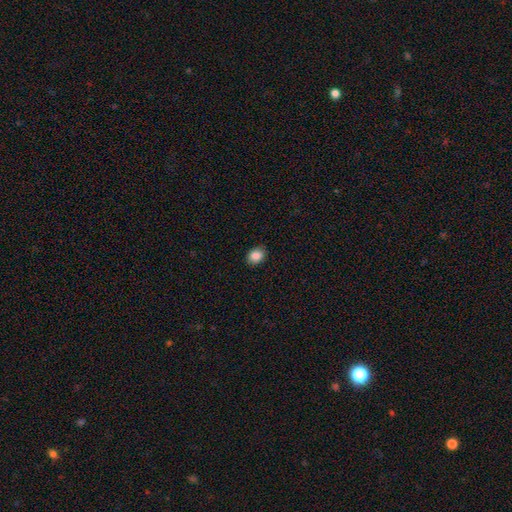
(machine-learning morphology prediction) This is clearly a smooth galaxy (87%). How rounded: likely in between (62%). Merging: clearly none (88%).